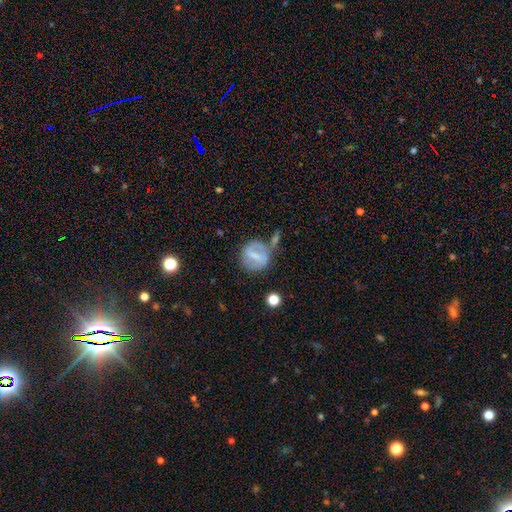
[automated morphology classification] A featured or disk galaxy (59%) with a strong bar (54%), spiral arms (54%) and a small central bulge (45%). Merging: none (46%).